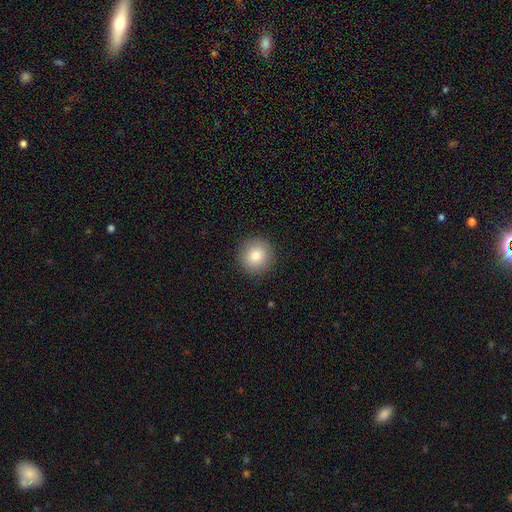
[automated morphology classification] smooth 82%, star or artifact 10%, featured or disk 8%. Down the decision tree: how rounded — round (93%); merging — none (91%).